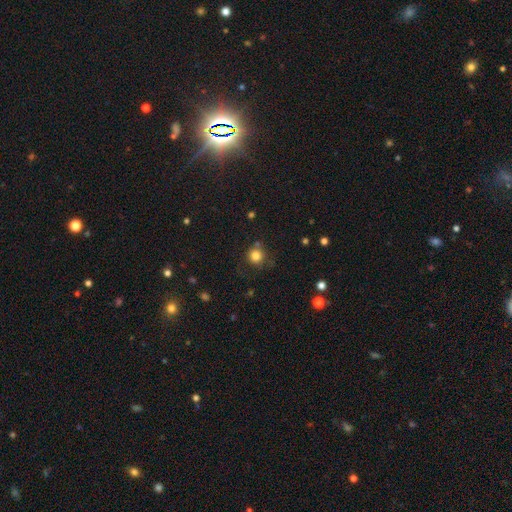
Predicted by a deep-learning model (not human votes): Smooth or featured?
  - smooth: 83% *
  - star or artifact: 12%
  - featured or disk: 5%
How rounded?
  - round: 92% *
  - in between: 7%
  - cigar-shaped: 1%
Merging?
  - none: 76% *
  - minor disturbance: 14%
  - merger: 6%
  - major disturbance: 5%